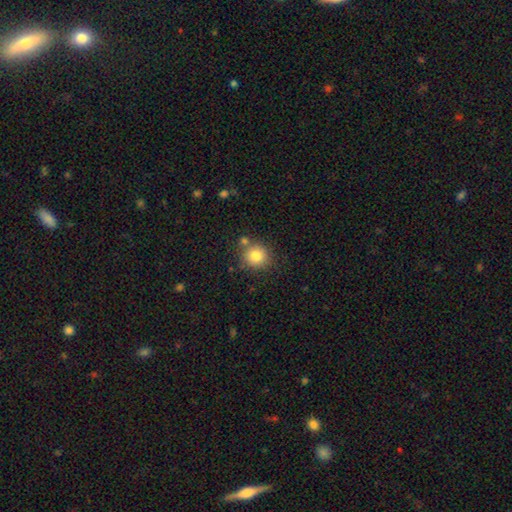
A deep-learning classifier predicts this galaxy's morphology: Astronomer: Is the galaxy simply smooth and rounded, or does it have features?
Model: smooth — 82%.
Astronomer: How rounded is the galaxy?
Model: round — 90%.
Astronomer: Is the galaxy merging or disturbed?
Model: none — 73%.